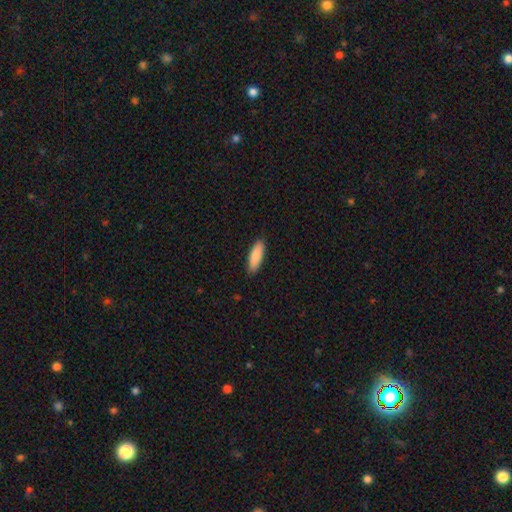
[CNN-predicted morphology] Q: Smooth or featured?
A: smooth (87%); runner-up: featured or disk (8%)
Q: How rounded?
A: in between (56%); runner-up: cigar-shaped (42%)
Q: Merging?
A: none (89%); runner-up: minor disturbance (9%)